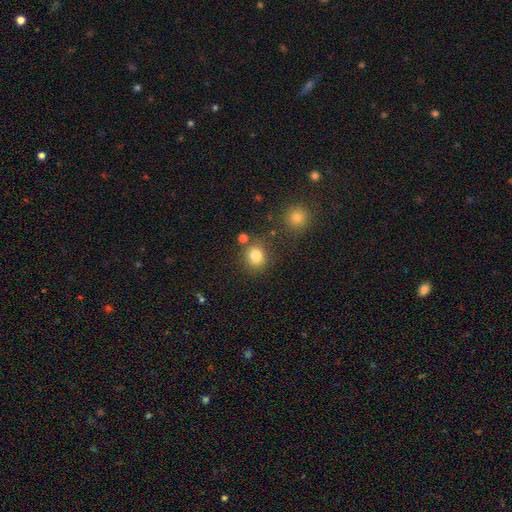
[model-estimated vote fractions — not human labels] smooth_or_featured: smooth (p=0.83) [alt: star or artifact p=0.12]
how_rounded: round (p=0.70) [alt: in between p=0.29]
merging: none (p=0.75) [alt: minor disturbance p=0.12]